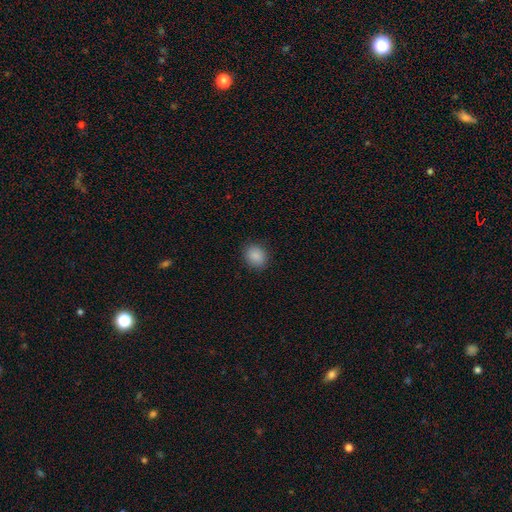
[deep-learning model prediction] smooth-or-featured: smooth: 88% | star or artifact: 8% | featured or disk: 4%
  how-rounded: round: 58% | in between: 41% | cigar-shaped: 1%
  merging: none: 88% | minor disturbance: 9% | major disturbance: 3% | merger: 1%